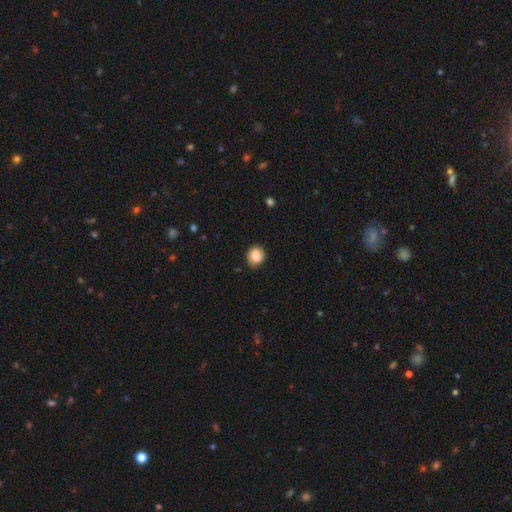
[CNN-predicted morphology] This is clearly a smooth galaxy (87%). How rounded: likely round (76%). Merging: clearly none (83%).